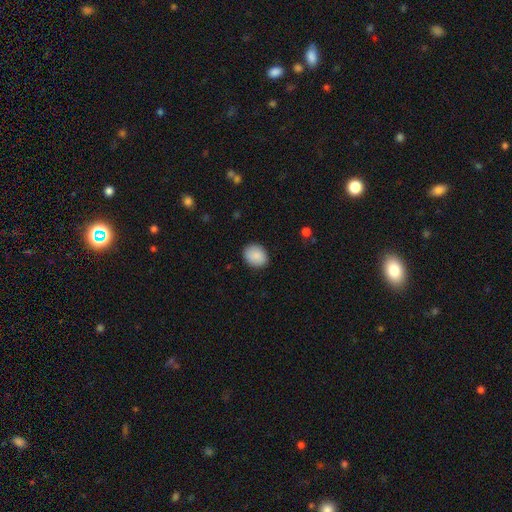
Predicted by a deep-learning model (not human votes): The model was most divided on "how rounded": in between: 52%, round: 47%, cigar-shaped: 1%. More confident: smooth or featured — smooth (90%); merging — none (89%).